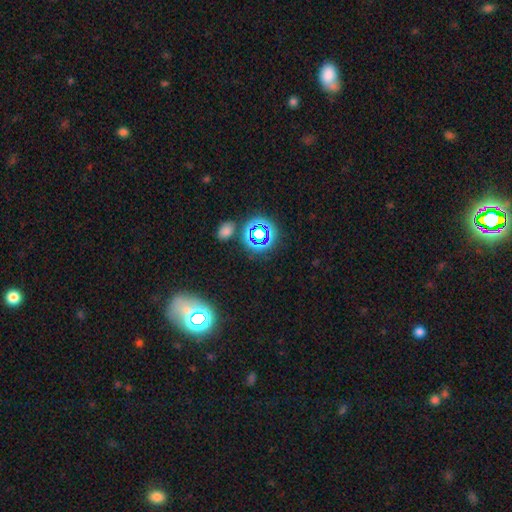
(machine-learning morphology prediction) Overall: smooth (46%; star or artifact 42%). Merging: none (73%).